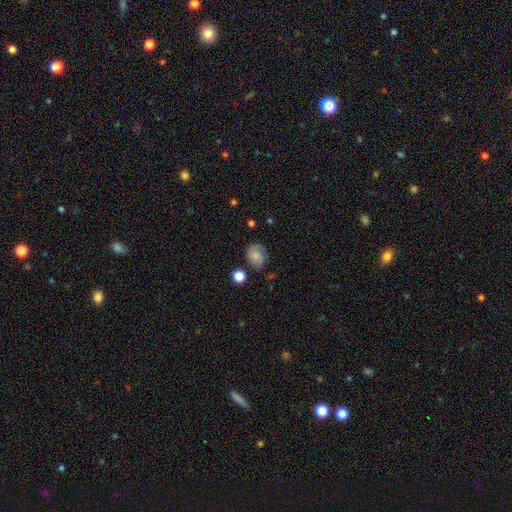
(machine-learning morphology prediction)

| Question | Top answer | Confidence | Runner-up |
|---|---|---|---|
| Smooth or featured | smooth | 68% | featured or disk (21%) |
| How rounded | in between | 55% | round (44%) |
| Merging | none | 62% | minor disturbance (26%) |